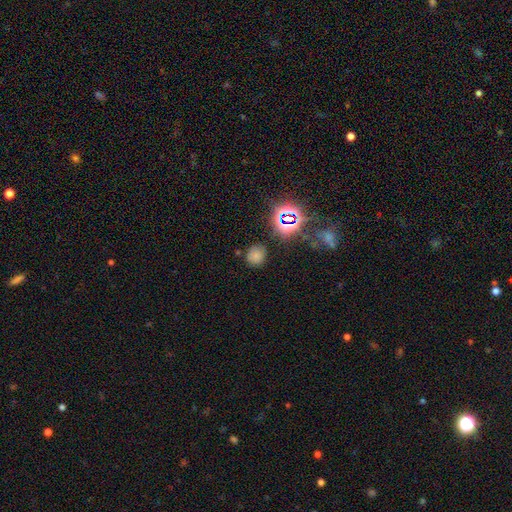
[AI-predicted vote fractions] A smooth galaxy with no disk features (66%) that is round (74%). Merging: none (77%).